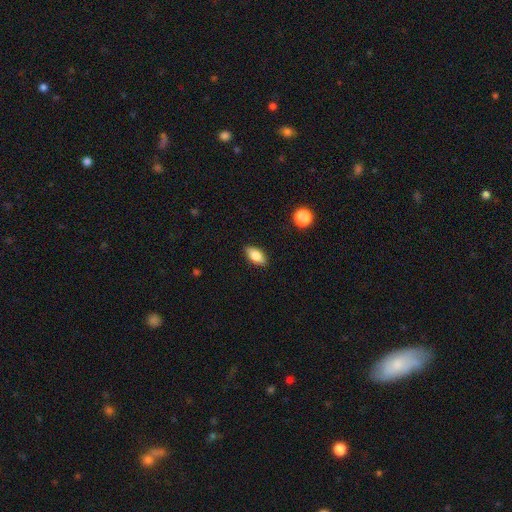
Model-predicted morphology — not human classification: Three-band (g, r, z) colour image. It shows a smooth galaxy with no disk features (80%) that is in between round and cigar-shaped (86%). Merging: none (87%).